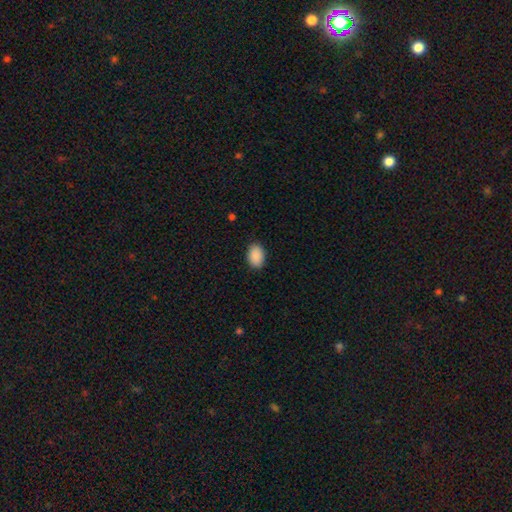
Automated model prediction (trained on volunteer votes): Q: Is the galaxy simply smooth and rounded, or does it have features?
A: smooth — 91%.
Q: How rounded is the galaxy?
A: in between — 84%.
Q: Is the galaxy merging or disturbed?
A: none — 86%.